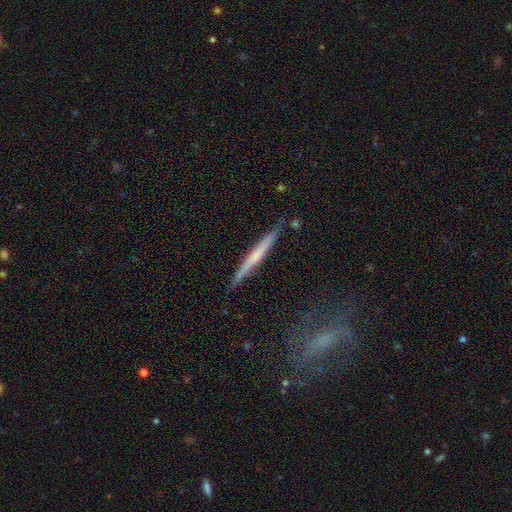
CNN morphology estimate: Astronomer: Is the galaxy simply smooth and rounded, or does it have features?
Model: featured or disk — 49% (runner-up: smooth, 45%).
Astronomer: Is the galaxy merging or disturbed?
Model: none — 85%.